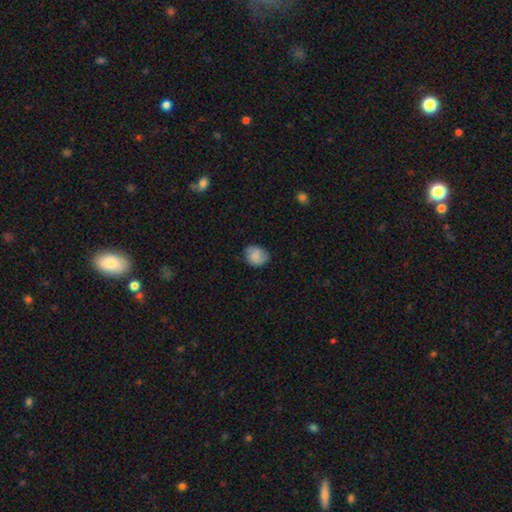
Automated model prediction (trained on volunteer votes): smooth-or-featured: smooth: 80% | featured or disk: 13% | star or artifact: 8%
  how-rounded: round: 64% | in between: 35% | cigar-shaped: 1%
  merging: none: 76% | minor disturbance: 19% | major disturbance: 4% | merger: 1%